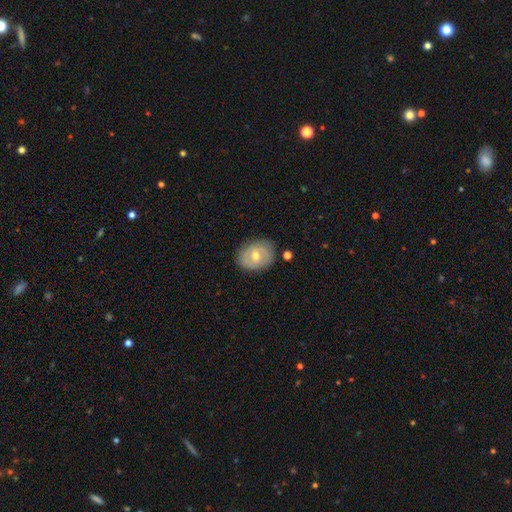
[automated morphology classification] The model was most divided on "smooth or featured": featured or disk: 52%, smooth: 40%, star or artifact: 8%. More confident: edge-on disk — no (95%); merging — none (79%).